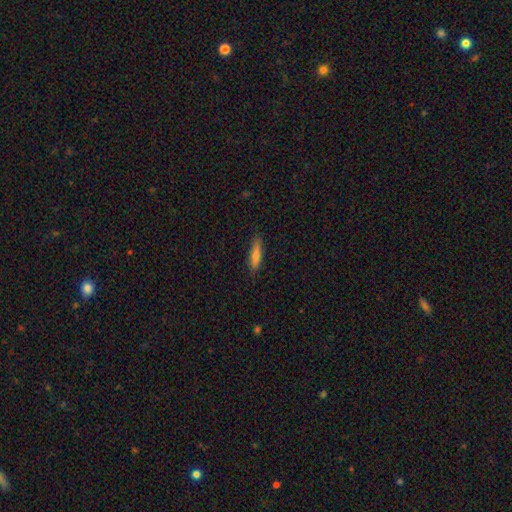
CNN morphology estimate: Smooth or featured? smooth (66%)
How rounded? cigar-shaped (80%)
Merging? none (86%)